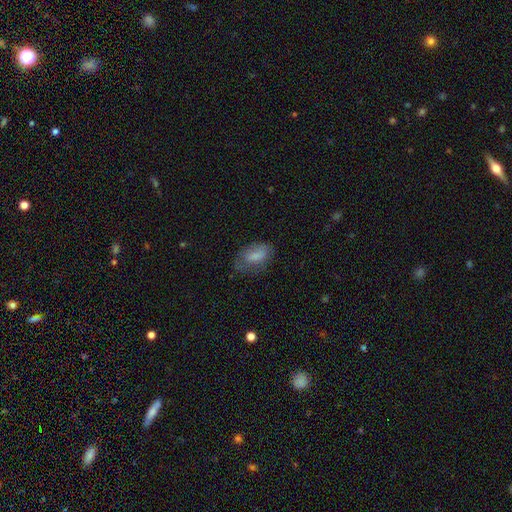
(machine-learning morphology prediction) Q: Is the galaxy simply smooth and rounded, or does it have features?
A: smooth — 73%.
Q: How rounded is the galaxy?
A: in between — 90%.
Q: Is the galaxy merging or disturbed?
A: none — 54%.